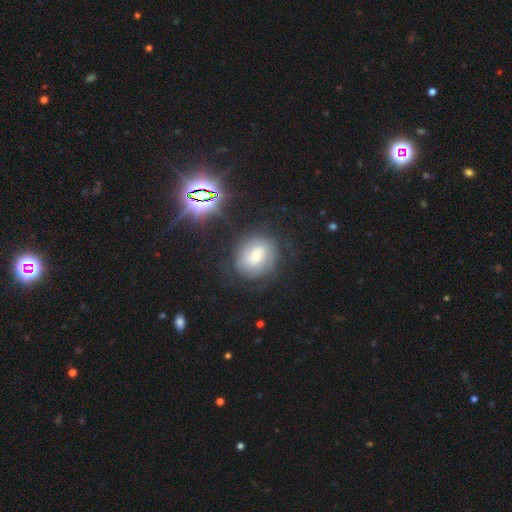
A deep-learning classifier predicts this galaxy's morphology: Overall: featured or disk (47%; smooth 41%). Merging: none (66%).